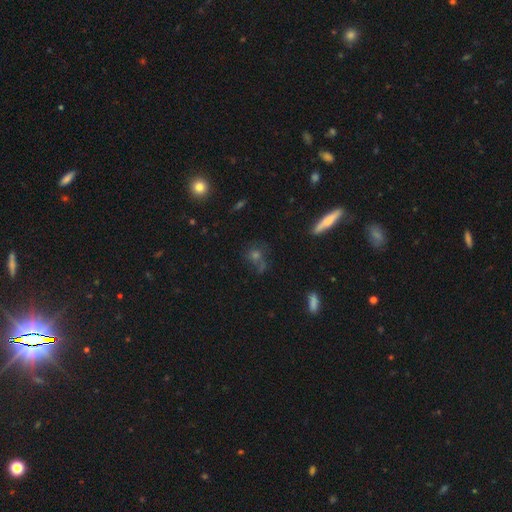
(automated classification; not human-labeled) A smooth galaxy with no disk features (41%). Merging: none (62%).